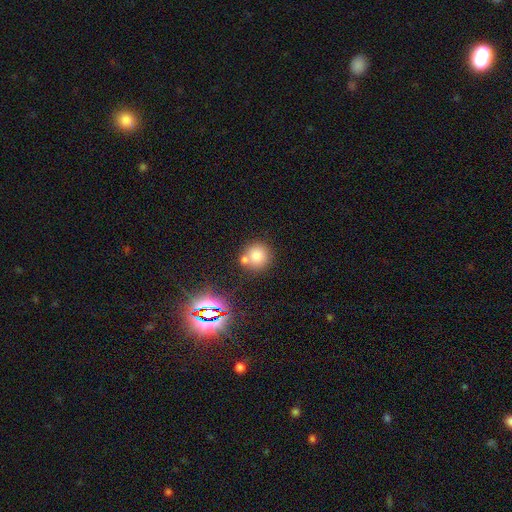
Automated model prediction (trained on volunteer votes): The model was most divided on "merging": none: 63%, merger: 24%, minor disturbance: 10%, major disturbance: 3%. More confident: how rounded — round (91%); smooth or featured — smooth (76%).